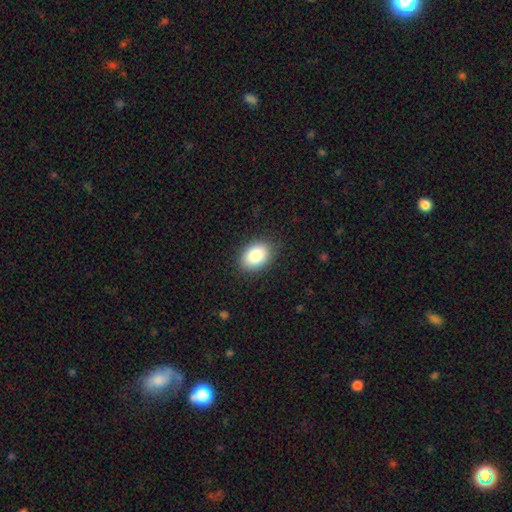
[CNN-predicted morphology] The model was most divided on "how rounded": in between: 78%, round: 21%, cigar-shaped: 1%. More confident: merging — none (86%); smooth or featured — smooth (85%).